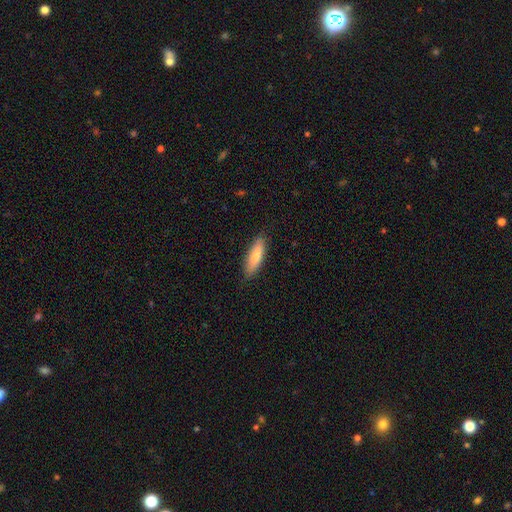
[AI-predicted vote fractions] smooth_or_featured: smooth (p=0.78) [alt: featured or disk p=0.16]
how_rounded: cigar-shaped (p=0.58) [alt: in between p=0.40]
merging: none (p=0.85) [alt: minor disturbance p=0.11]